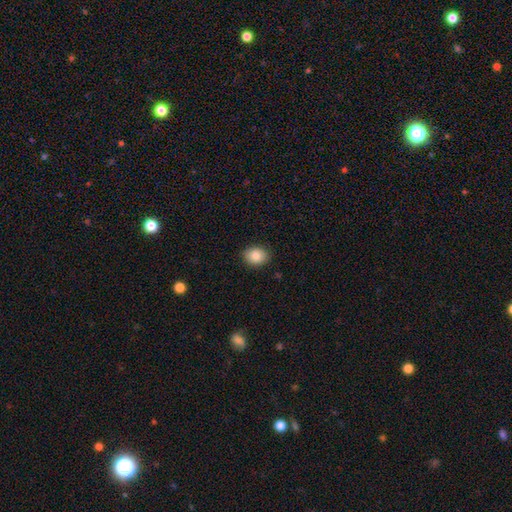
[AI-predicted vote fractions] This appears to be a smooth galaxy with no disk features (86%) that is in between round and cigar-shaped (56%). Merging: none (89%).